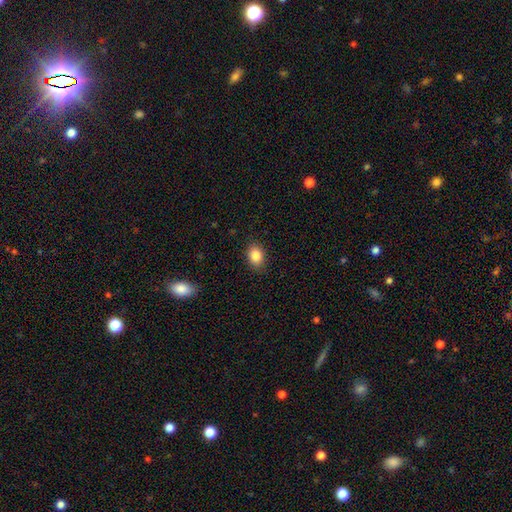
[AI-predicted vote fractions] Overall: smooth (86%). How rounded: in between (69%; round 30%). Merging: none (87%).